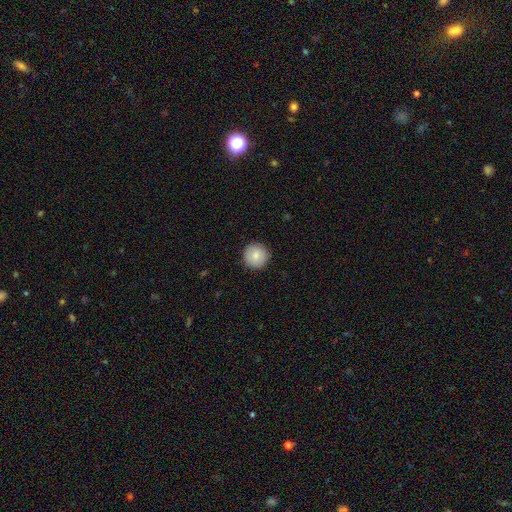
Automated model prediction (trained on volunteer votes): Morphology: type=smooth (83%); roundness=round (95%); merging=none (91%).